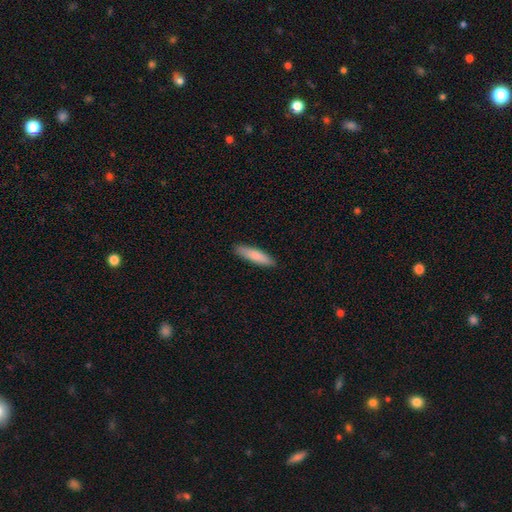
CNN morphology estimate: smooth_or_featured: smooth (p=0.82) [alt: featured or disk p=0.13]
how_rounded: cigar-shaped (p=0.78) [alt: in between p=0.21]
merging: none (p=0.89) [alt: minor disturbance p=0.08]